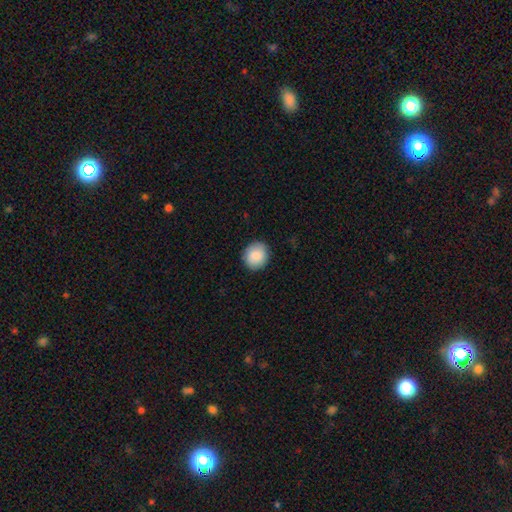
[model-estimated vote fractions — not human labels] This is clearly a smooth galaxy (87%). How rounded: clearly round (82%). Merging: clearly none (89%).